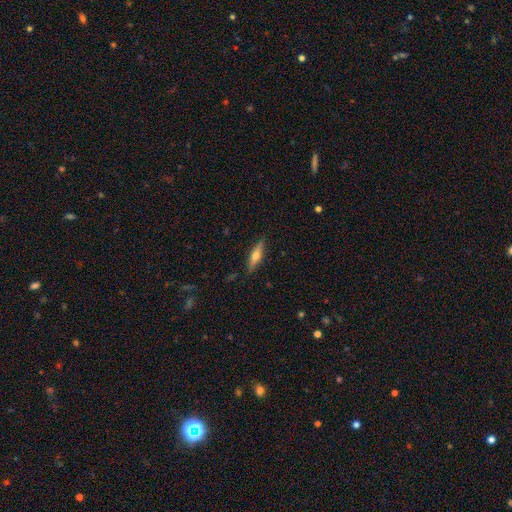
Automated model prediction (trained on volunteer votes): A featured or disk galaxy (51%) viewed edge-on (92%). Merging: none (87%).